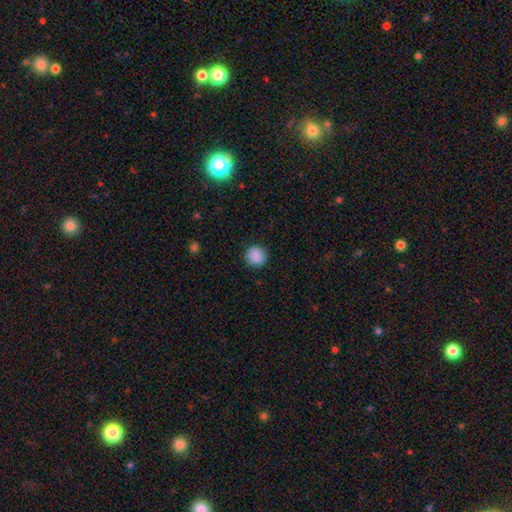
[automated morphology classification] Smooth or featured? Predicted: smooth (p=0.89). How rounded? Predicted: round (p=0.91). Merging? Predicted: none (p=0.90).